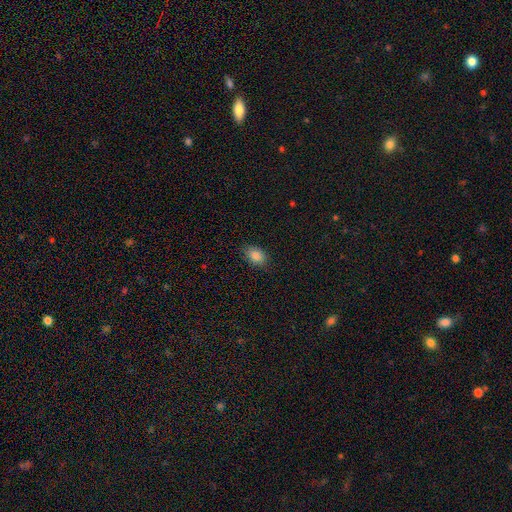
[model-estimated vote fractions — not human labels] Overall: smooth (86%). How rounded: in between (82%). Merging: none (84%).